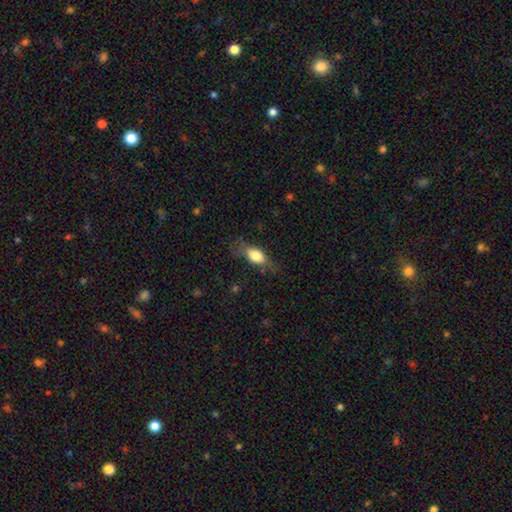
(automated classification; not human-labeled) smooth-or-featured: smooth: 71% | featured or disk: 22% | star or artifact: 8%
  how-rounded: in between: 76% | cigar-shaped: 16% | round: 8%
  merging: none: 62% | minor disturbance: 24% | major disturbance: 12% | merger: 2%